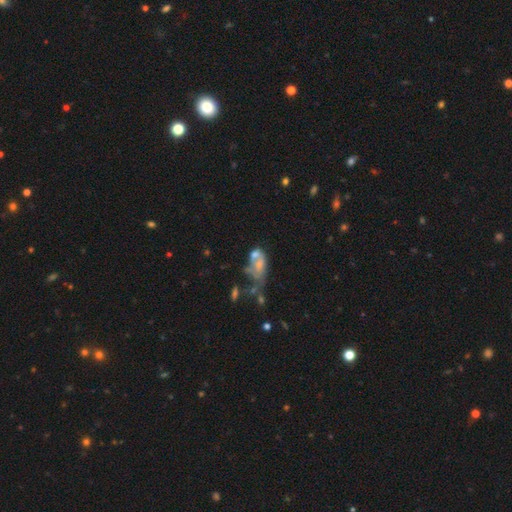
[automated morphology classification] Smooth or featured: featured or disk — 46% (smooth — 40%)
Merging: merger — 44% (major disturbance — 25%)